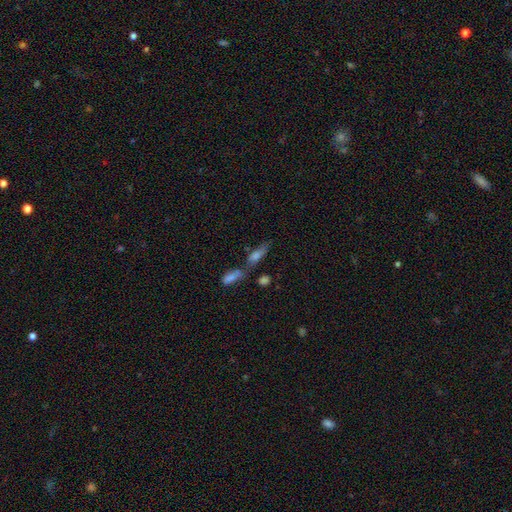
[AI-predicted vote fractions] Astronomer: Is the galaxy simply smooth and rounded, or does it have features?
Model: smooth — 55% (runner-up: featured or disk, 31%).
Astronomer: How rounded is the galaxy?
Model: cigar-shaped — 53% (runner-up: in between, 43%).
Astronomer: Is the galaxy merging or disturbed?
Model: none — 43% (runner-up: merger, 39%).